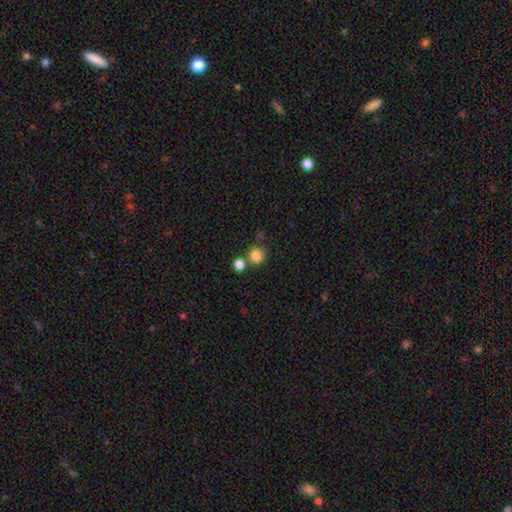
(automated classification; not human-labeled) smooth_or_featured: smooth (p=0.84) [alt: star or artifact p=0.11]
how_rounded: round (p=0.91) [alt: in between p=0.08]
merging: none (p=0.68) [alt: merger p=0.21]